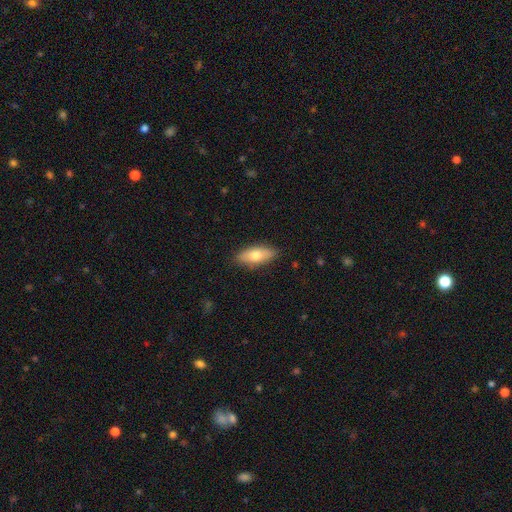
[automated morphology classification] Smooth or featured?
  - smooth: 71% *
  - featured or disk: 23%
  - star or artifact: 6%
How rounded?
  - in between: 77% *
  - cigar-shaped: 19%
  - round: 3%
Merging?
  - none: 87% *
  - minor disturbance: 10%
  - major disturbance: 2%
  - merger: 1%